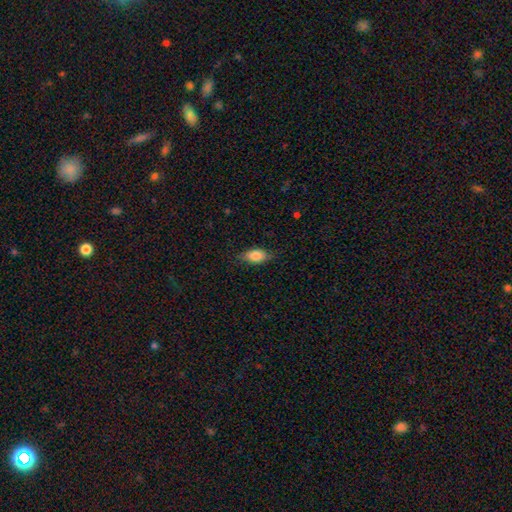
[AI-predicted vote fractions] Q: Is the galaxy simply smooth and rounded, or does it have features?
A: smooth — 81%.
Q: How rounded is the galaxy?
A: in between — 88%.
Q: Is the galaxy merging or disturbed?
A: none — 76%.